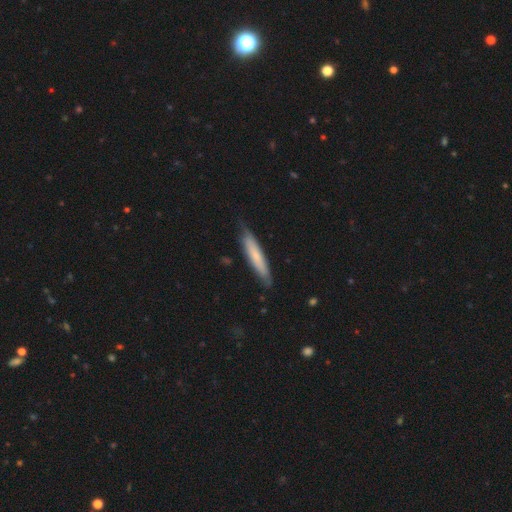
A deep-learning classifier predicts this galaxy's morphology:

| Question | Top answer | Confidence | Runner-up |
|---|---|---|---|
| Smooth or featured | smooth | 66% | featured or disk (29%) |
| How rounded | cigar-shaped | 90% | in between (9%) |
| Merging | none | 78% | minor disturbance (18%) |